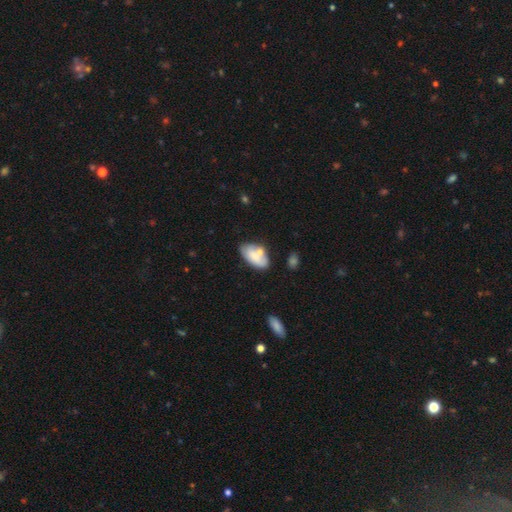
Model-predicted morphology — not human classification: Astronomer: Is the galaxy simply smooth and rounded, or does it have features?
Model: smooth — 71%.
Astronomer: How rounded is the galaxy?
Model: in between — 94%.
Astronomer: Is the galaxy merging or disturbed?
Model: none — 53%.